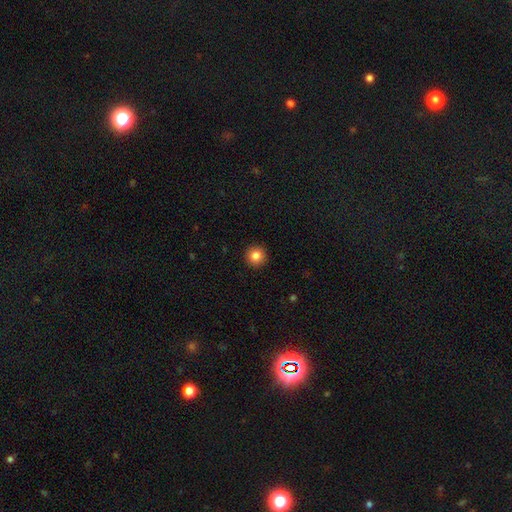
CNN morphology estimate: The model was most divided on "smooth or featured": smooth: 85%, star or artifact: 10%, featured or disk: 6%. More confident: how rounded — round (95%); merging — none (93%).